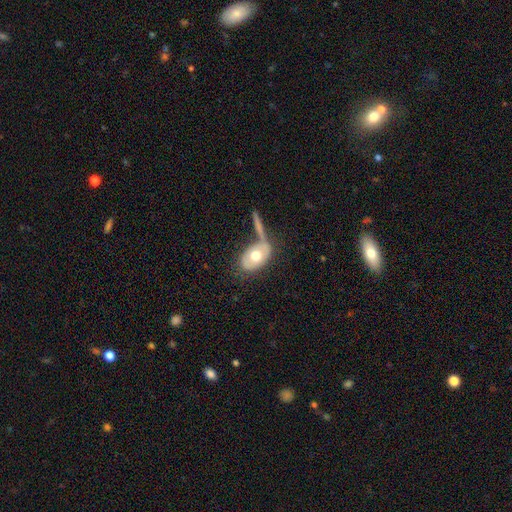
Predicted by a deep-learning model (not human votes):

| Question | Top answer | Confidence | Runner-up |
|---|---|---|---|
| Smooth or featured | smooth | 59% | featured or disk (35%) |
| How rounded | in between | 86% | round (12%) |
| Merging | none | 44% | merger (28%) |